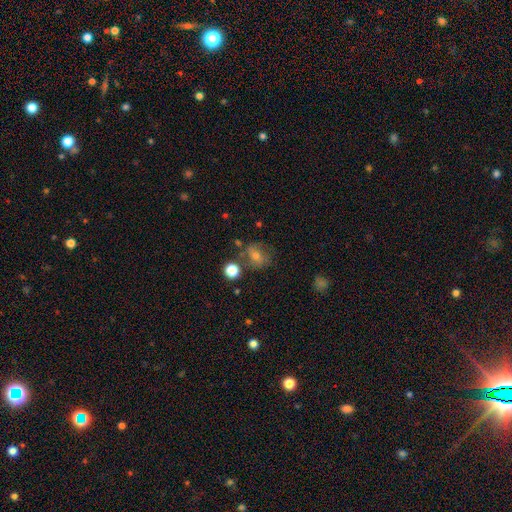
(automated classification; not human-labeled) A smooth galaxy with no disk features (46%). Merging: none (65%).